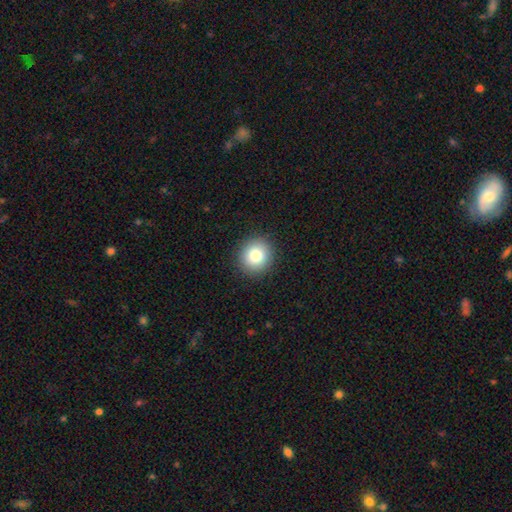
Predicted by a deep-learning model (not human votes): Overall: smooth (80%). How rounded: round (89%). Merging: none (91%).